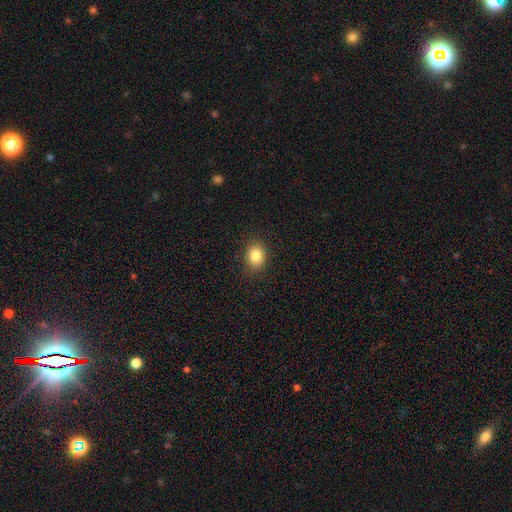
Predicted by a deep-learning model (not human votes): smooth_or_featured: smooth (p=0.84) [alt: star or artifact p=0.10]
how_rounded: in between (p=0.57) [alt: round p=0.42]
merging: none (p=0.87) [alt: minor disturbance p=0.09]